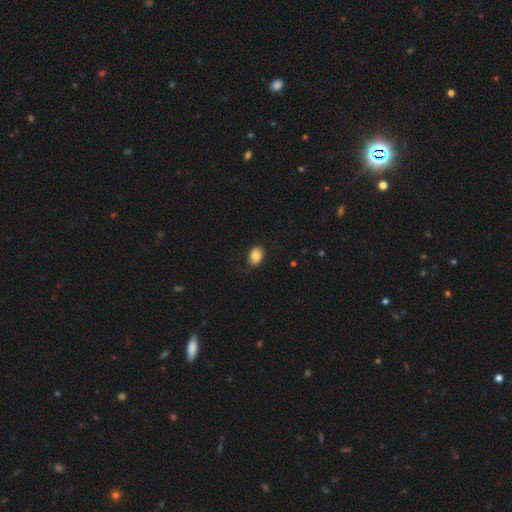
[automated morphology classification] smooth 83%, star or artifact 9%, featured or disk 8%. Down the decision tree: how rounded — in between (70%); merging — none (85%).